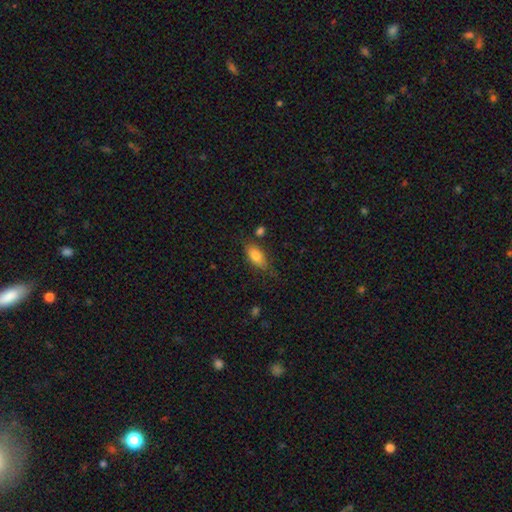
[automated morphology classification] This is likely a smooth galaxy (79%). How rounded: clearly in between (86%). Merging: likely none (68%).